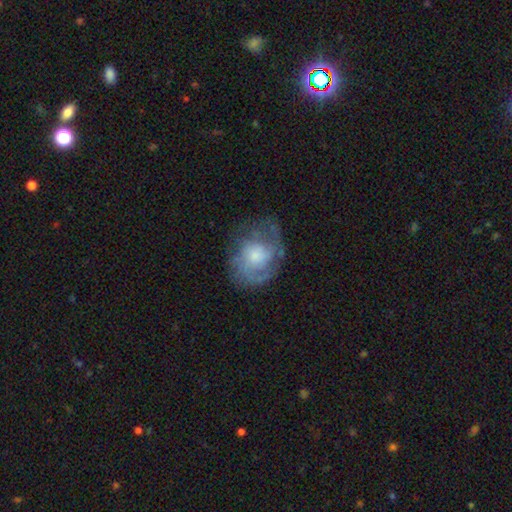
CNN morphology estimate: Smooth or featured? featured or disk (61%)
Edge-on disk? no (97%)
Bar? no (80%)
Spiral arms? yes (76%)
Bulge size? moderate (39%)
Merging? none (57%)